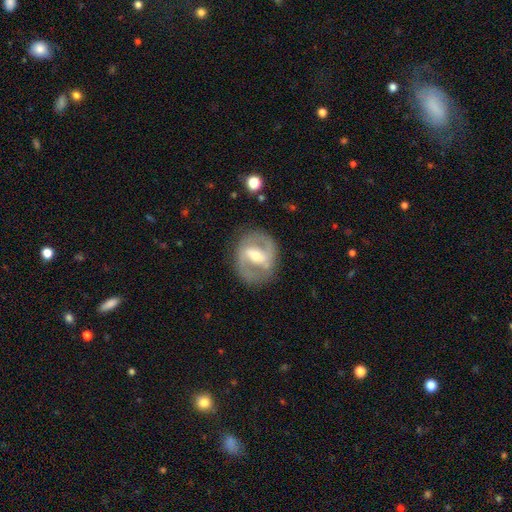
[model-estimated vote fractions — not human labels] Smooth or featured? featured or disk (81%)
Edge-on disk? no (96%)
Bar? strong (49%)
Spiral arms? yes (81%)
Spiral winding? medium (52%)
Spiral arm count? 2 (86%)
Bulge size? moderate (58%)
Merging? none (80%)